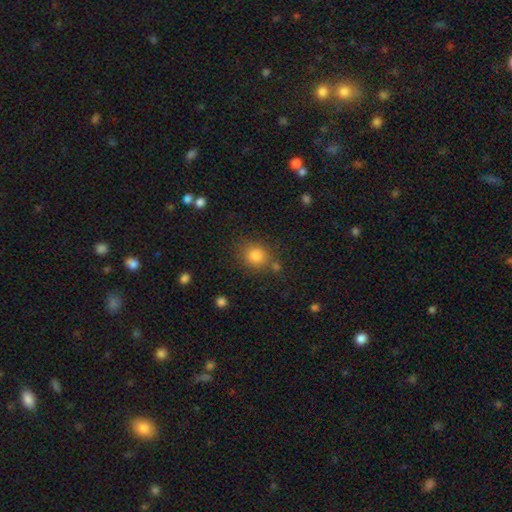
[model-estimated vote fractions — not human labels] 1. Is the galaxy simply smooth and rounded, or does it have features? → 83% smooth, 11% star or artifact, 6% featured or disk.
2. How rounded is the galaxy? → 76% round, 23% in between, 1% cigar-shaped.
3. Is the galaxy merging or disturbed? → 75% none, 12% minor disturbance, 8% merger, 5% major disturbance.